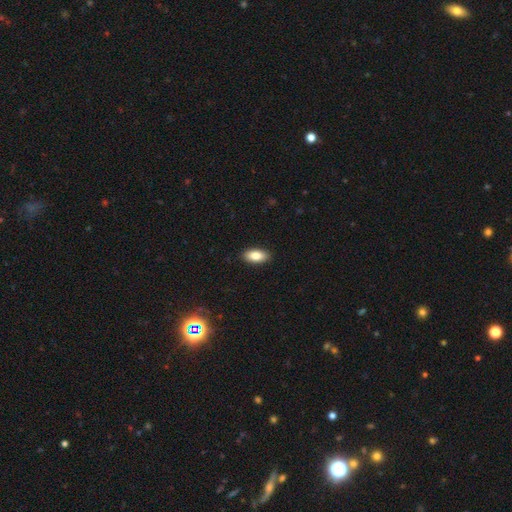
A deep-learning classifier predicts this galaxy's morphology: A smooth galaxy with no disk features (84%) that is in between round and cigar-shaped (91%). Merging: none (90%).